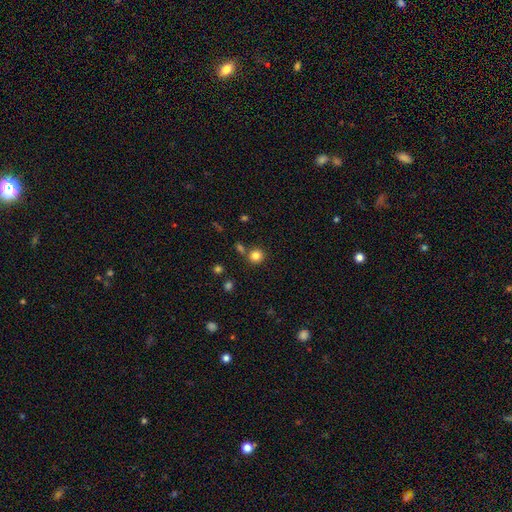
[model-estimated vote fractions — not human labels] A smooth galaxy with no disk features (82%) that is round (90%). Merging: none (77%).